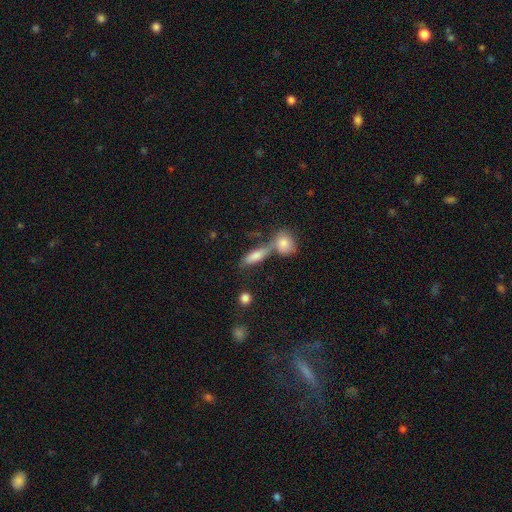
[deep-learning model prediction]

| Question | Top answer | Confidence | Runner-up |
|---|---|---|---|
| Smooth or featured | smooth | 75% | featured or disk (17%) |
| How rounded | in between | 58% | cigar-shaped (35%) |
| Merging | merger | 42% | none (41%) |